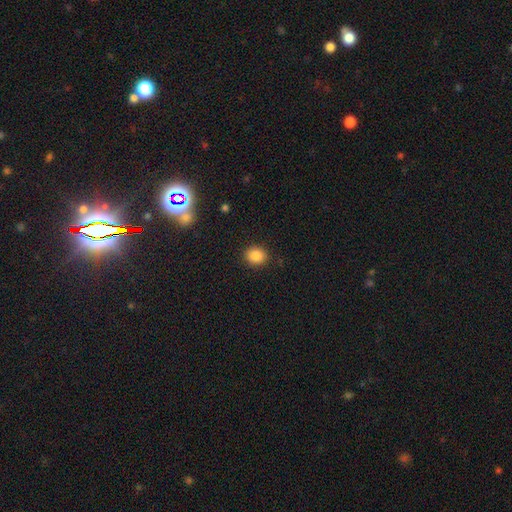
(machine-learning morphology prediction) This is clearly a smooth galaxy (86%). How rounded: likely round (70%). Merging: clearly none (90%).